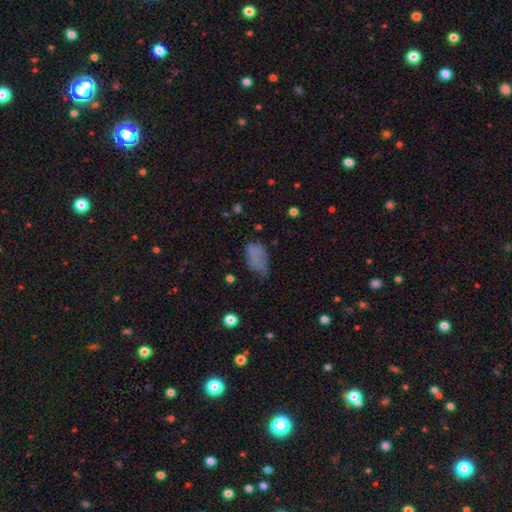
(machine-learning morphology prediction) smooth_or_featured: smooth (p=0.65) [alt: featured or disk p=0.22]
how_rounded: in between (p=0.90) [alt: round p=0.06]
merging: none (p=0.39) [alt: minor disturbance p=0.34]